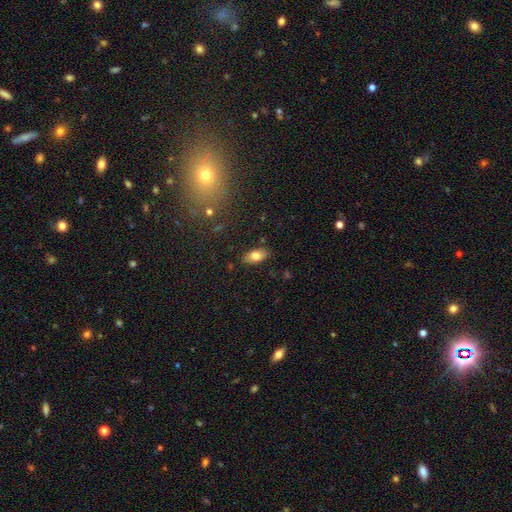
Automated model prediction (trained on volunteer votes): A smooth galaxy with no disk features (78%) that is in between round and cigar-shaped (90%).

Vote fractions:
- Smooth or featured? smooth: 78% / featured or disk: 13% / star or artifact: 9%
- How rounded? in between: 90% / cigar-shaped: 5% / round: 5%
- Merging? none: 85% / minor disturbance: 11% / major disturbance: 2% / merger: 2%